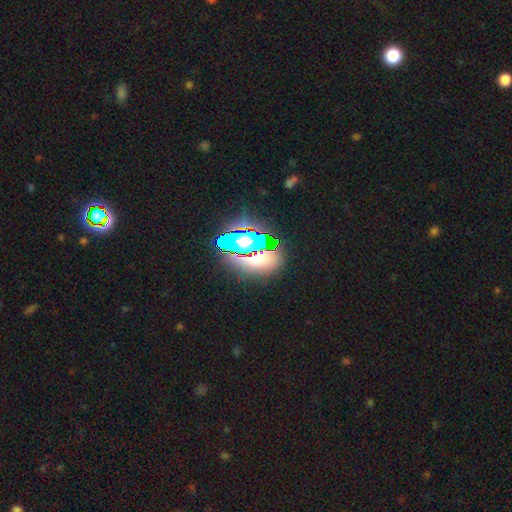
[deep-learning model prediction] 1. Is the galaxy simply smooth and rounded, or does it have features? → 49% star or artifact, 34% smooth, 17% featured or disk.